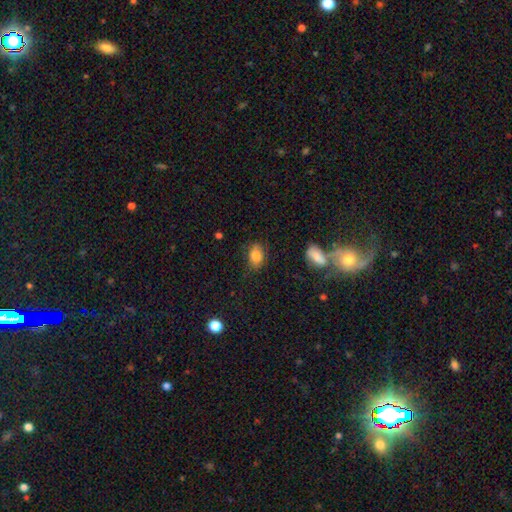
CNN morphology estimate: smooth-or-featured: smooth: 83% | star or artifact: 9% | featured or disk: 8%
  how-rounded: in between: 80% | round: 18% | cigar-shaped: 2%
  merging: none: 76% | minor disturbance: 17% | major disturbance: 5% | merger: 2%